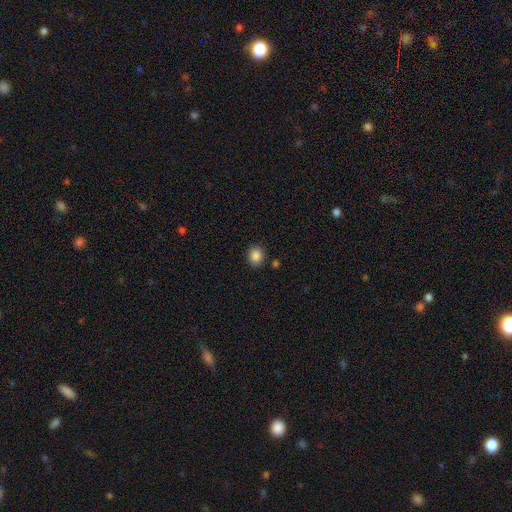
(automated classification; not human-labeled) The model was most divided on "how rounded": round: 73%, in between: 27%, cigar-shaped: 1%. More confident: merging — none (87%); smooth or featured — smooth (86%).